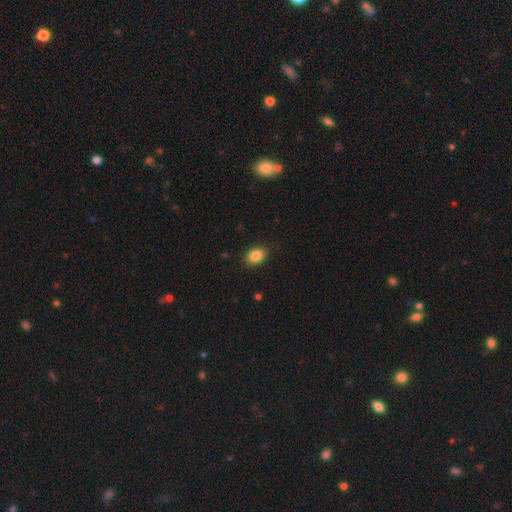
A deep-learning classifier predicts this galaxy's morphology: smooth 86%, star or artifact 9%, featured or disk 5%. Down the decision tree: how rounded — in between (67%); merging — none (86%).